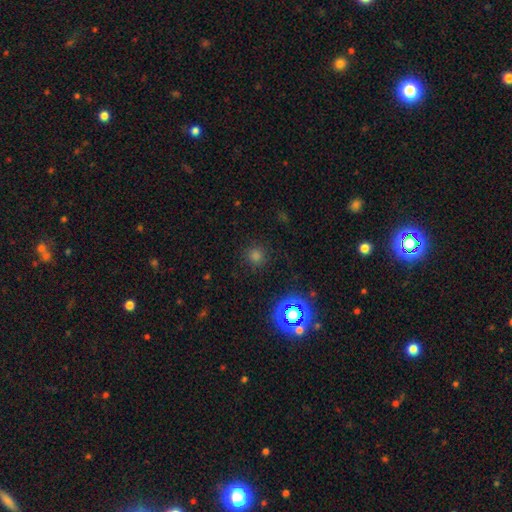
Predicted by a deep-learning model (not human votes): Overall: smooth (67%). How rounded: round (93%). Merging: none (88%).